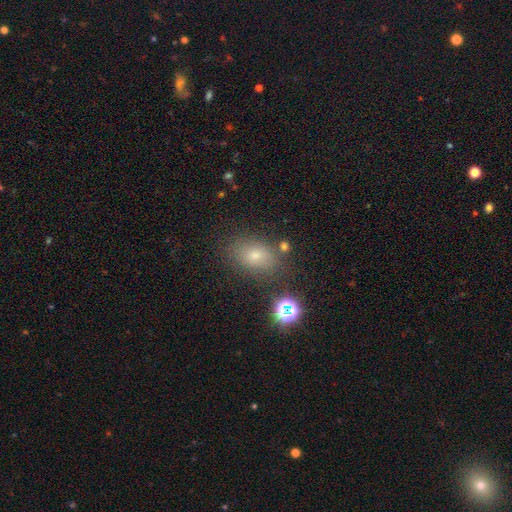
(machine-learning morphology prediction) type=smooth (71%); roundness=in between (78%); merging=none (77%).